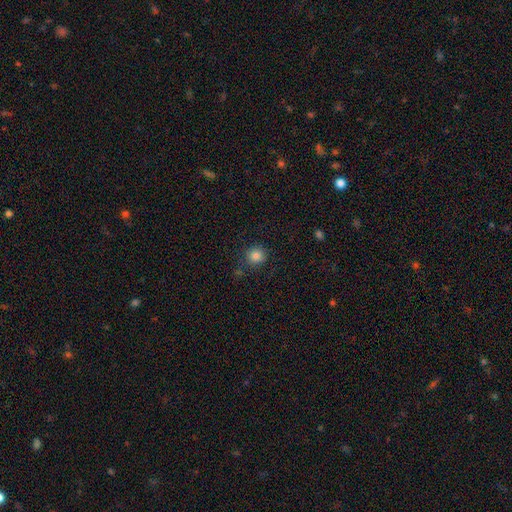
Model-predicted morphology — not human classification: type=smooth (84%); roundness=round (90%); merging=none (83%).